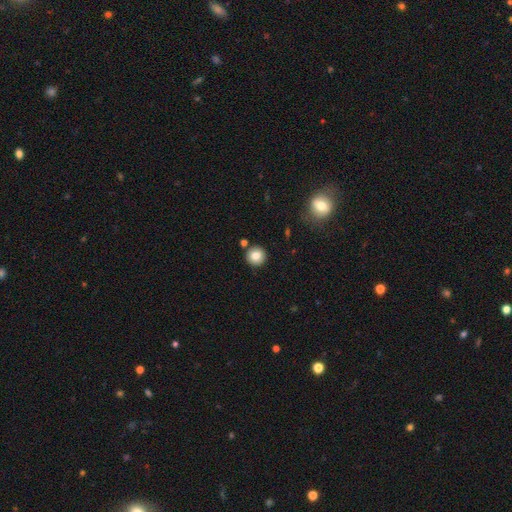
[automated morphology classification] smooth 81%, star or artifact 10%, featured or disk 9%. Down the decision tree: how rounded — round (95%); merging — none (87%).